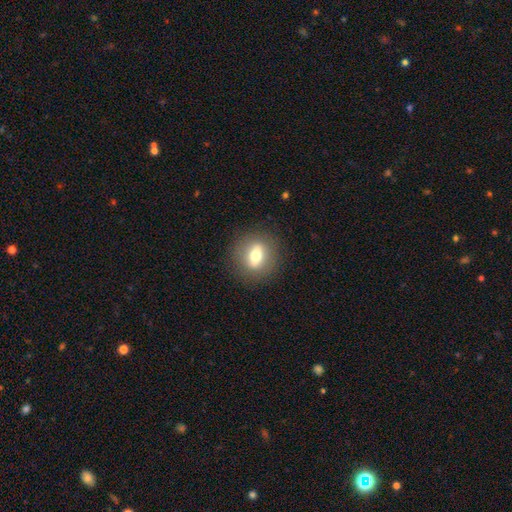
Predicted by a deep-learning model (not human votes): Smooth or featured: smooth — 61% (featured or disk — 30%)
How rounded: round — 62% (in between — 35%)
Merging: none — 87% (minor disturbance — 8%)